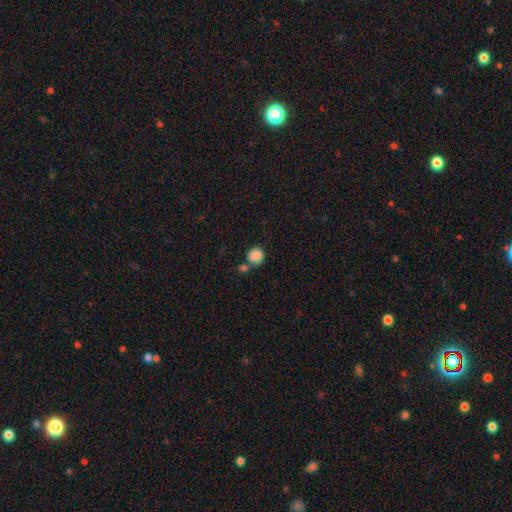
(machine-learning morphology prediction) type=smooth (86%); roundness=round (80%); merging=none (59%).